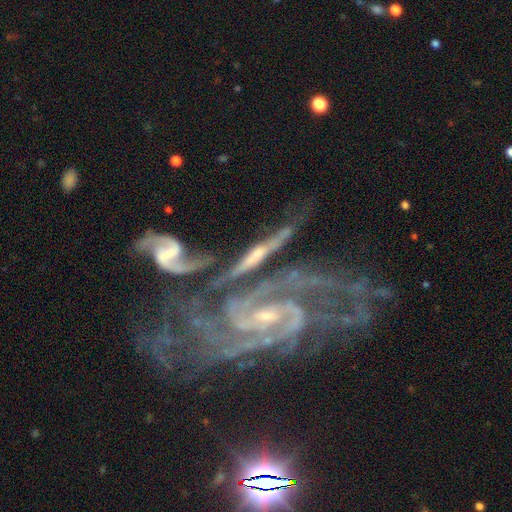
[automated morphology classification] A featured or disk galaxy (79%) with no bar (40%), spiral arms (87%) and a small central bulge (52%). Merging: none (37%).